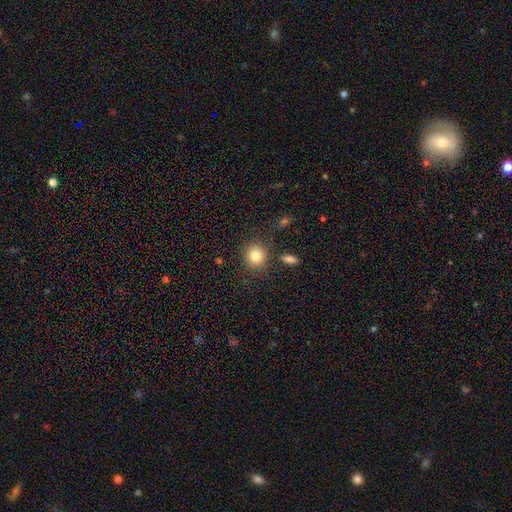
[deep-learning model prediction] A smooth galaxy with no disk features (82%) that is round (82%). Merging: none (83%).